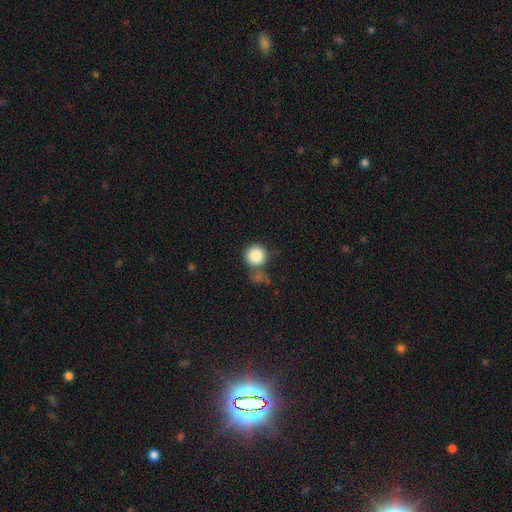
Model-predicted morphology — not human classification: Smooth or featured: smooth — 87% (star or artifact — 9%)
How rounded: round — 94% (in between — 5%)
Merging: none — 65% (merger — 16%)